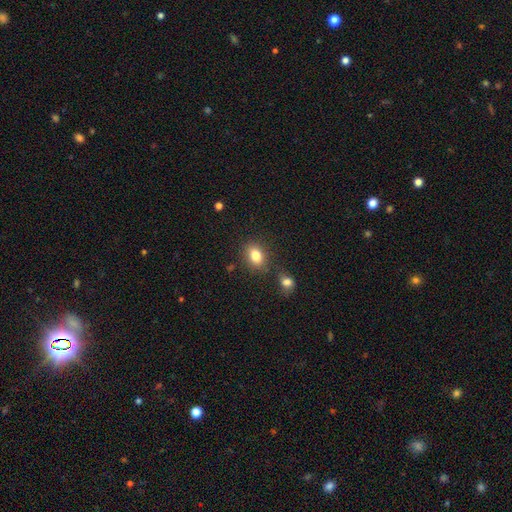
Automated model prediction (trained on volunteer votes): Smooth or featured: smooth — 82% (star or artifact — 10%)
How rounded: in between — 68% (round — 31%)
Merging: none — 78% (minor disturbance — 11%)